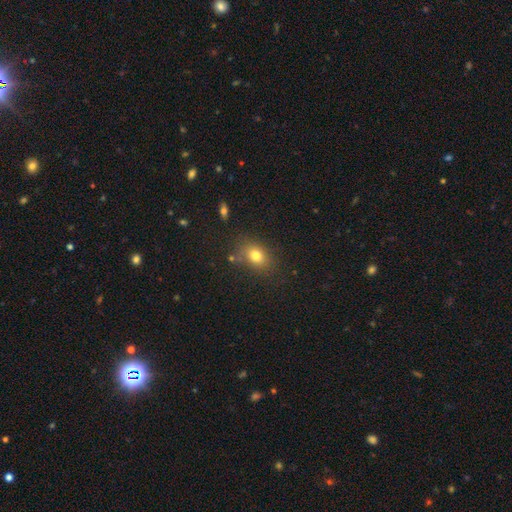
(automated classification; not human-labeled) Smooth or featured?
  - smooth: 78% *
  - star or artifact: 12%
  - featured or disk: 10%
How rounded?
  - in between: 58% *
  - round: 41%
  - cigar-shaped: 1%
Merging?
  - none: 75% *
  - minor disturbance: 16%
  - major disturbance: 5%
  - merger: 4%